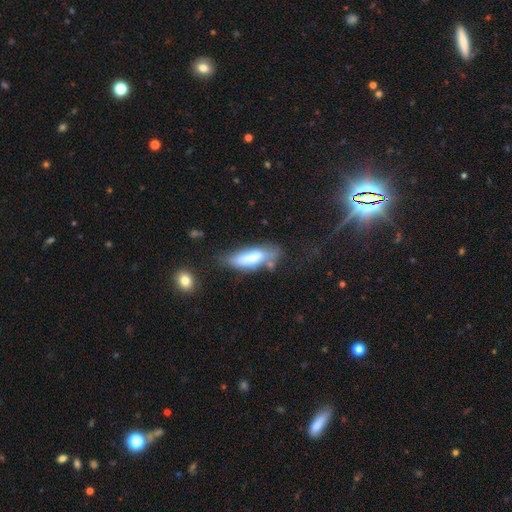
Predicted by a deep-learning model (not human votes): Q: Smooth or featured?
A: smooth (65%); runner-up: featured or disk (27%)
Q: How rounded?
A: in between (56%); runner-up: cigar-shaped (42%)
Q: Merging?
A: none (49%); runner-up: minor disturbance (26%)